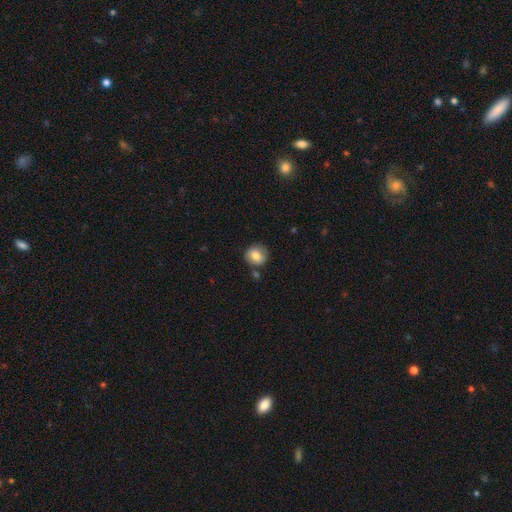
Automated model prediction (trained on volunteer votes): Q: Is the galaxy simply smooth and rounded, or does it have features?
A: smooth — 79%.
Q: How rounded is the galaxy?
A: round — 85%.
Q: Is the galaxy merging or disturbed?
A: none — 77%.